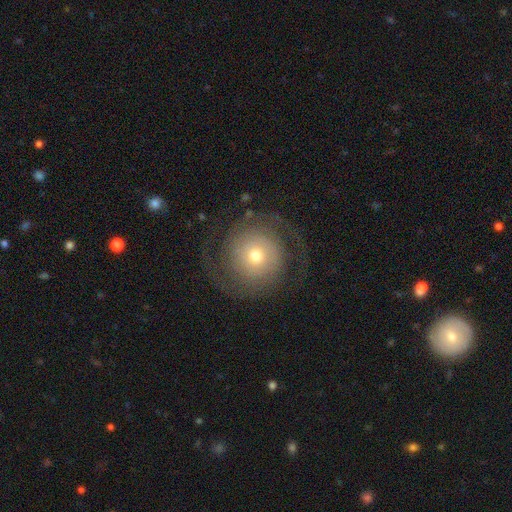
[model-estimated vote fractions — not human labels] smooth_or_featured: featured or disk (p=0.69) [alt: smooth p=0.22]
disk_edge_on: no (p=0.97) [alt: yes p=0.03]
bar: no (p=0.81) [alt: weak p=0.15]
has_spiral_arms: yes (p=0.88) [alt: no p=0.12]
spiral_winding: tight (p=0.50) [alt: medium p=0.33]
spiral_arm_count: 2 (p=0.73) [alt: can't tell p=0.13]
bulge_size: moderate (p=0.51) [alt: small p=0.41]
merging: none (p=0.77) [alt: major disturbance p=0.11]